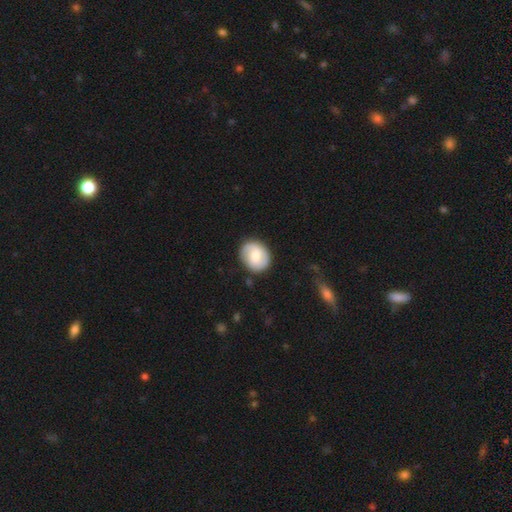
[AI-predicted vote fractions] Smooth or featured? smooth (51%)
How rounded? round (65%)
Merging? none (82%)